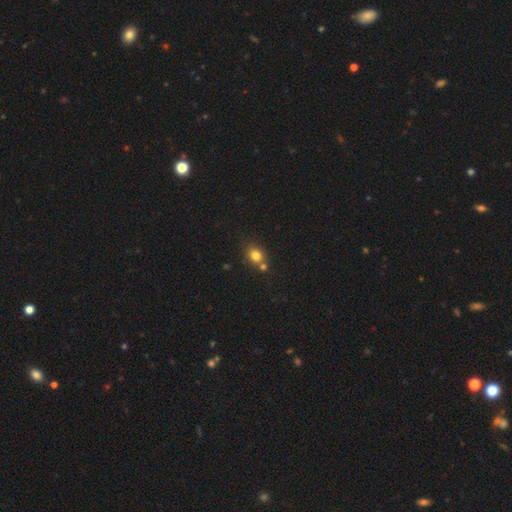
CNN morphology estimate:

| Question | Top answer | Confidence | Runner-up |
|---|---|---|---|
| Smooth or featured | smooth | 79% | star or artifact (12%) |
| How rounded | round | 69% | in between (30%) |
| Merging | none | 57% | merger (29%) |